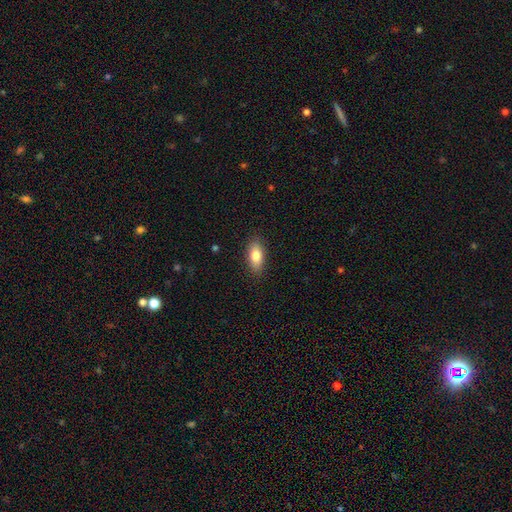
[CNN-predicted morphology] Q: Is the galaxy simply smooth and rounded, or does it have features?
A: smooth — 81%.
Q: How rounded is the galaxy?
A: in between — 83%.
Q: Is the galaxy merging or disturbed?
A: none — 88%.